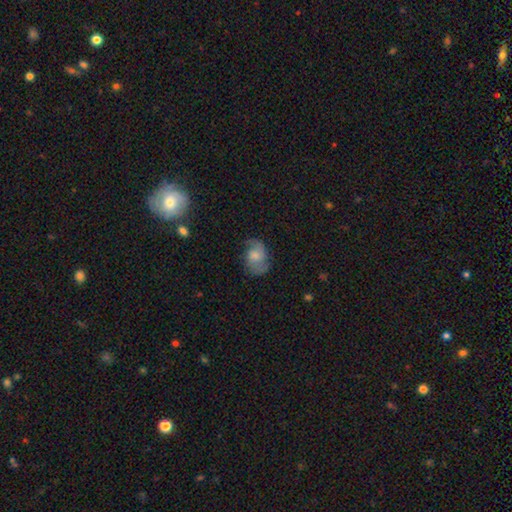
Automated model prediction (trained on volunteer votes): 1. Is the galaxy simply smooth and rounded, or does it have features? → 57% featured or disk, 35% smooth, 8% star or artifact.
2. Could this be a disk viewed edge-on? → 97% no, 3% yes.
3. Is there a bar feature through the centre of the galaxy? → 61% no, 34% weak, 5% strong.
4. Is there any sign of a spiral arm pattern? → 87% yes, 13% no.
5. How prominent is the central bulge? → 37% moderate, 25% small, 18% large, 17% none, 3% dominant.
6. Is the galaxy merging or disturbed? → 62% none, 23% minor disturbance, 12% major disturbance, 2% merger.